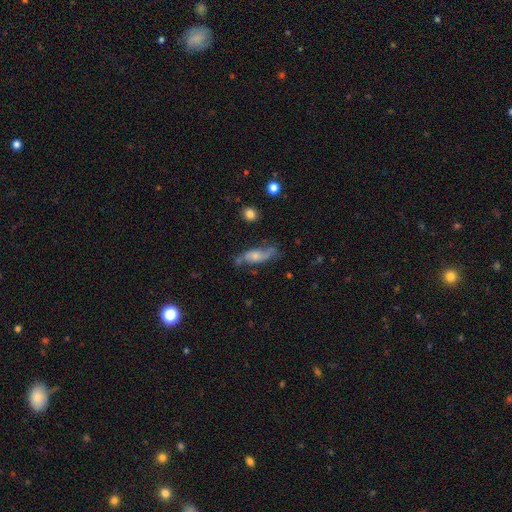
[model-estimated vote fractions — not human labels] Smooth or featured? Predicted: featured or disk (p=0.55). Edge-on disk? Predicted: no (p=0.79). Merging? Predicted: none (p=0.59).